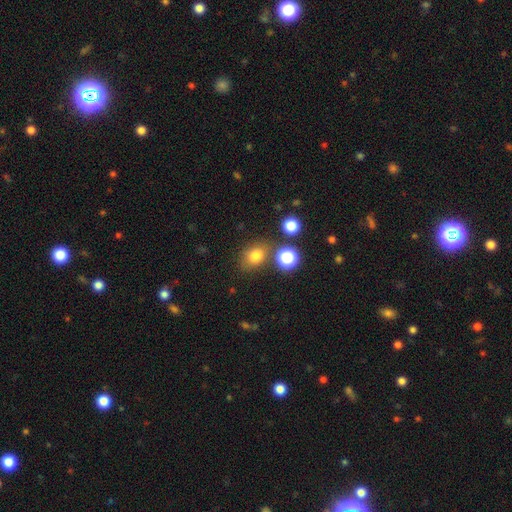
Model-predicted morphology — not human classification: Smooth or featured? Predicted: smooth (p=0.77). How rounded? Predicted: in between (p=0.56). Merging? Predicted: none (p=0.72).